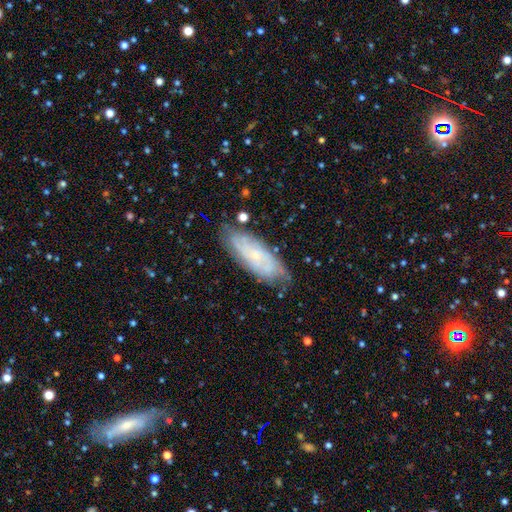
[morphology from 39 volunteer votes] A featured or disk galaxy (79%) with no bar (78%), tight (52%) spiral arms (78%) and a small central bulge (93%).

Vote fractions:
- Smooth or featured? featured or disk: 79% / smooth: 21% / star or artifact: 0%
- Edge-on disk? no: 87% / yes: 13%
- Bar? no: 78% / weak: 19% / strong: 4%
- Spiral arms? yes: 78% / no: 22%
- Spiral winding? tight: 52% / medium: 38% / loose: 10%
- Spiral arm count? can't tell: 62% / 2: 24% / 4: 10% / more than 4: 5% / 1: 0% / 3: 0%
- Bulge size? small: 93% / moderate: 7% / dominant: 0% / large: 0% / none: 0%
- Merging? none: 85% / minor disturbance: 13% / major disturbance: 3% / merger: 0%